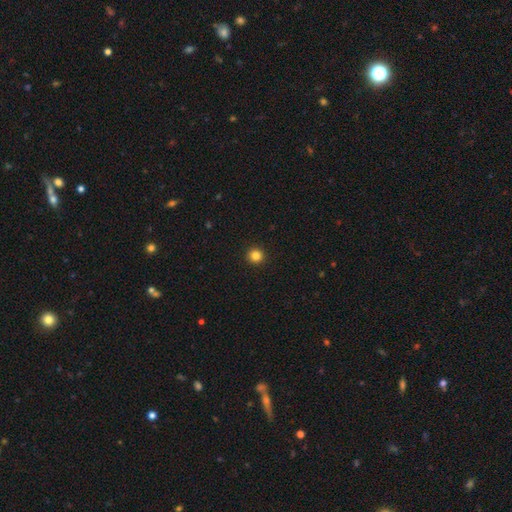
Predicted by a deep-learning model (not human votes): smooth-or-featured: smooth: 83% | star or artifact: 12% | featured or disk: 4%
  how-rounded: round: 95% | in between: 4% | cigar-shaped: 1%
  merging: none: 94% | minor disturbance: 4% | major disturbance: 1% | merger: 1%